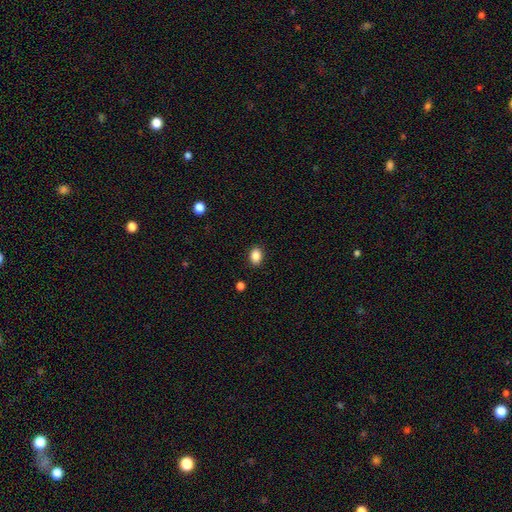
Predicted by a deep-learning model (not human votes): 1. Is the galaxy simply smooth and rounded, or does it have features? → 87% smooth, 9% star or artifact, 3% featured or disk.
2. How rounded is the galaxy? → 73% in between, 26% round, 1% cigar-shaped.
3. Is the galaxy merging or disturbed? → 89% none, 8% minor disturbance, 2% major disturbance, 1% merger.